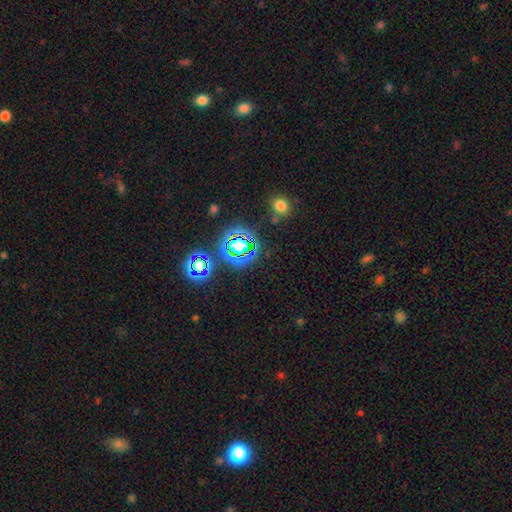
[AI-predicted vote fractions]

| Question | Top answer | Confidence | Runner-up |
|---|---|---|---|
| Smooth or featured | star or artifact | 64% | smooth (27%) |